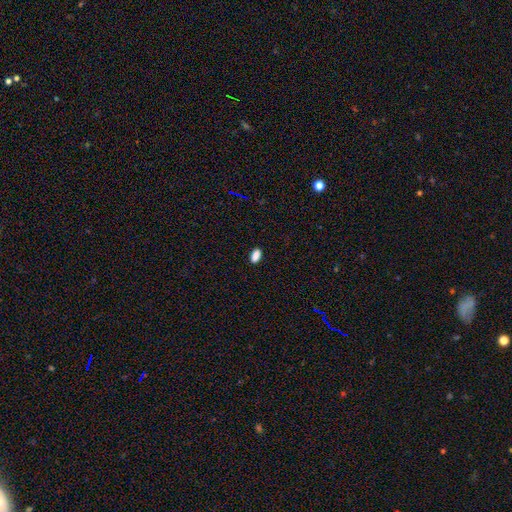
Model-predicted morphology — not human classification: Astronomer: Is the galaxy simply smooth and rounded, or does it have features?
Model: smooth — 87%.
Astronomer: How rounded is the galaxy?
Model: in between — 88%.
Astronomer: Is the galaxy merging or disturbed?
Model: none — 89%.